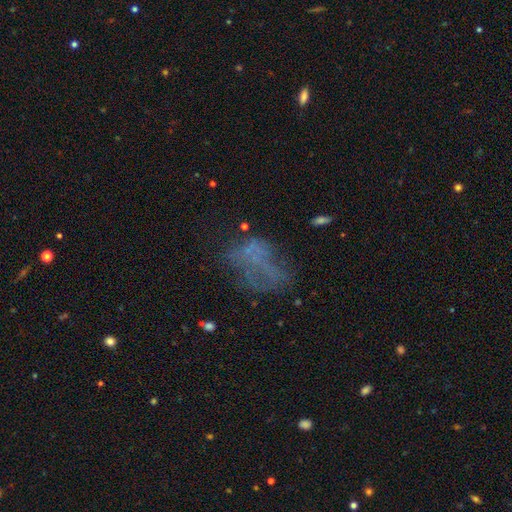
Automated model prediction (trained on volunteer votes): This is marginally a featured or disk galaxy (43%). Merging: marginally none (42%).